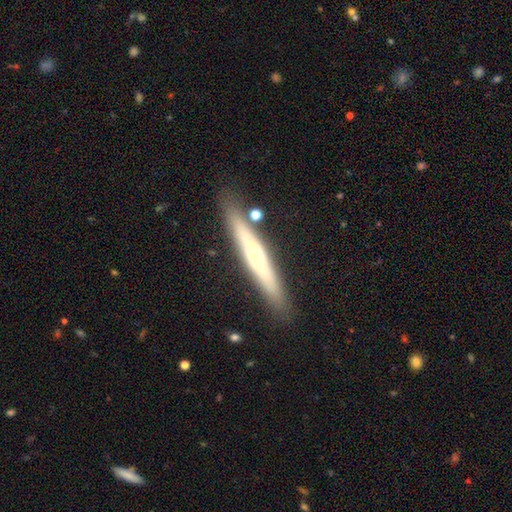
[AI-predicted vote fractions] Smooth or featured: featured or disk — 55% (smooth — 38%)
Edge-on disk: yes — 86% (no — 14%)
Merging: none — 84% (minor disturbance — 10%)